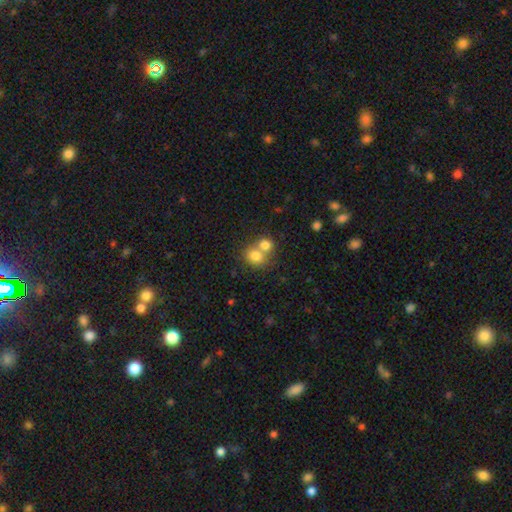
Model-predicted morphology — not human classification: smooth 77%, featured or disk 12%, star or artifact 10%. Down the decision tree: how rounded — round (69%); merging — merger (57%).